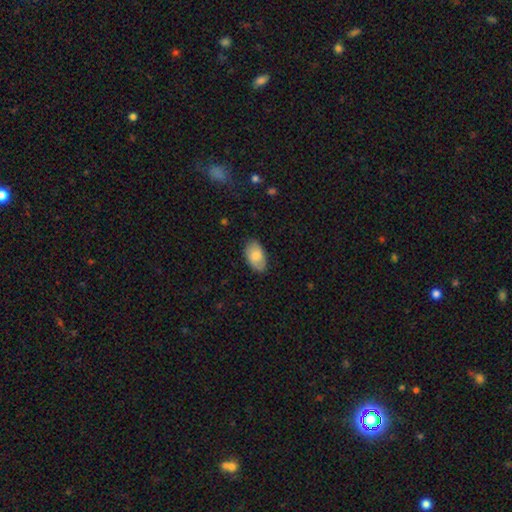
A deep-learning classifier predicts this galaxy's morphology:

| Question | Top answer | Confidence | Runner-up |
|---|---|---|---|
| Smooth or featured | smooth | 81% | featured or disk (13%) |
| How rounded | in between | 93% | round (5%) |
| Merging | none | 80% | minor disturbance (16%) |